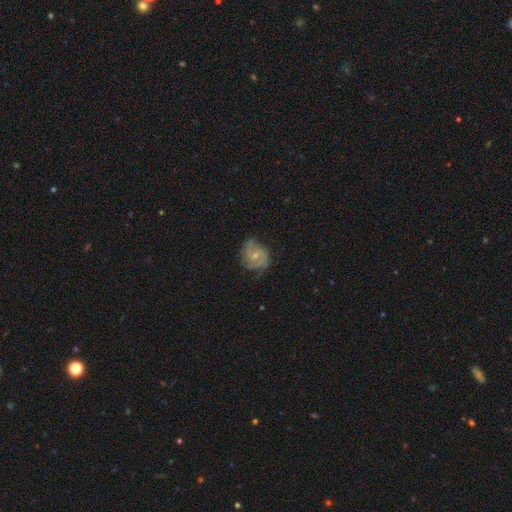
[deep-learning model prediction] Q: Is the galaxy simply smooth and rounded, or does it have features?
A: featured or disk — 78%.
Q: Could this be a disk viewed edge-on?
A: no — 98%.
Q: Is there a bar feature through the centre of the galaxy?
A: no — 55%.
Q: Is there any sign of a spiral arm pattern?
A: yes — 94%.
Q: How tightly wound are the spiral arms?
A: medium — 46%.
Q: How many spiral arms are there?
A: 2 — 61%.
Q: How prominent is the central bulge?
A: small — 59%.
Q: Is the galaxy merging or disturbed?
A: none — 67%.